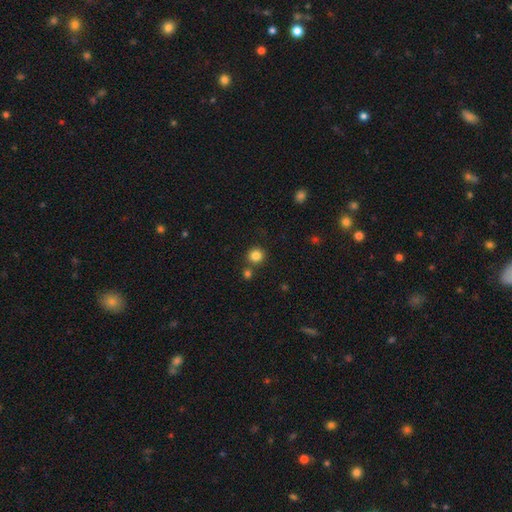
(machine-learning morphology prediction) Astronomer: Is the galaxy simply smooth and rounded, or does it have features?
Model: smooth — 84%.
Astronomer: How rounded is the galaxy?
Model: round — 93%.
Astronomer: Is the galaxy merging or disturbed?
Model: none — 79%.